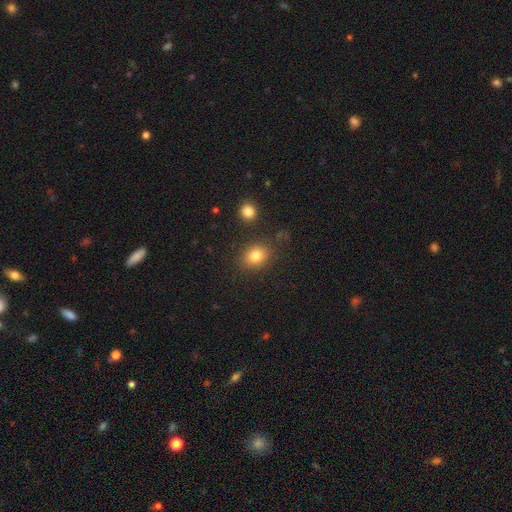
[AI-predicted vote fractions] A smooth galaxy with no disk features (81%) that is round (53%). Merging: none (83%).